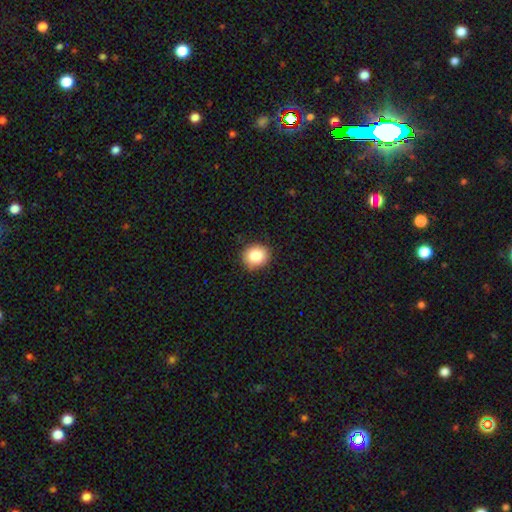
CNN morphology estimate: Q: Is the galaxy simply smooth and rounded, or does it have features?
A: smooth — 86%.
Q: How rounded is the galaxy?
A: round — 80%.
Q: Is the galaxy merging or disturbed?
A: none — 88%.